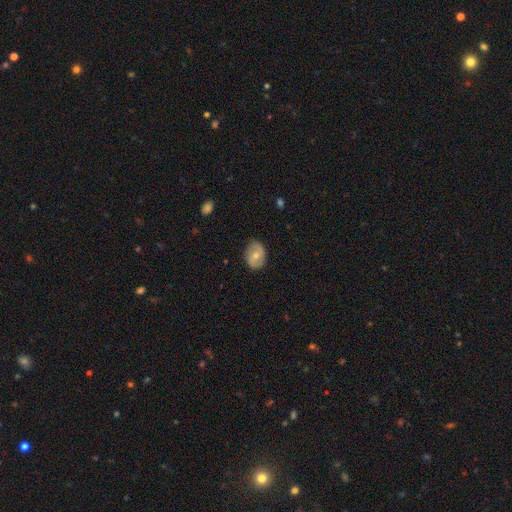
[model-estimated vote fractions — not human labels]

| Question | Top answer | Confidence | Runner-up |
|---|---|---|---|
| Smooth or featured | smooth | 51% | featured or disk (42%) |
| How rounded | in between | 64% | round (34%) |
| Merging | none | 81% | minor disturbance (14%) |